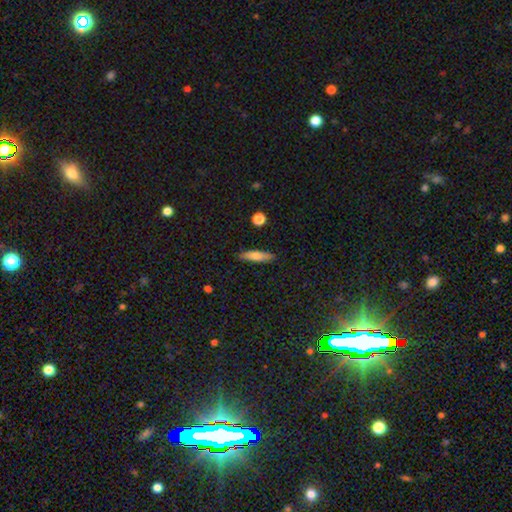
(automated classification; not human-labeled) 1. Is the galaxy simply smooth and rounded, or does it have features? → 68% smooth, 25% featured or disk, 7% star or artifact.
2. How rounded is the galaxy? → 74% cigar-shaped, 23% in between, 2% round.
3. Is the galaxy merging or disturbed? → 89% none, 8% minor disturbance, 2% major disturbance, 1% merger.